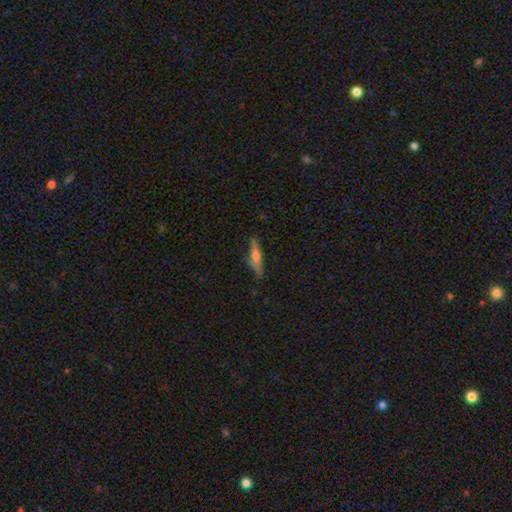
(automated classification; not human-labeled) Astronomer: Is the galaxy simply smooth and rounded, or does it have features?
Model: smooth — 49% (runner-up: featured or disk, 44%).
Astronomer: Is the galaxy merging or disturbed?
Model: none — 79%.